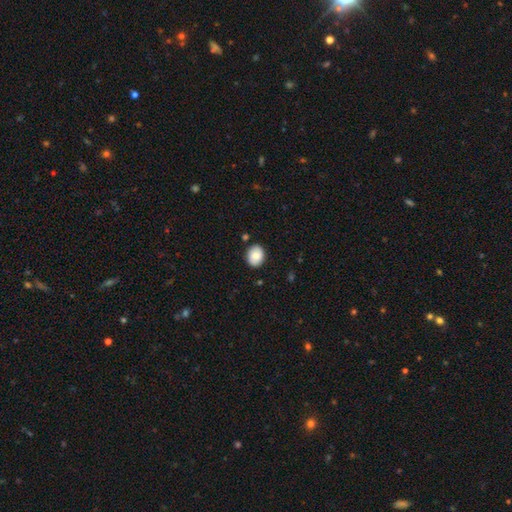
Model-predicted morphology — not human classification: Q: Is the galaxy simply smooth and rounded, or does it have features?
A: smooth — 84%.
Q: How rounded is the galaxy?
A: in between — 55%.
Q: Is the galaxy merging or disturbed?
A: none — 87%.